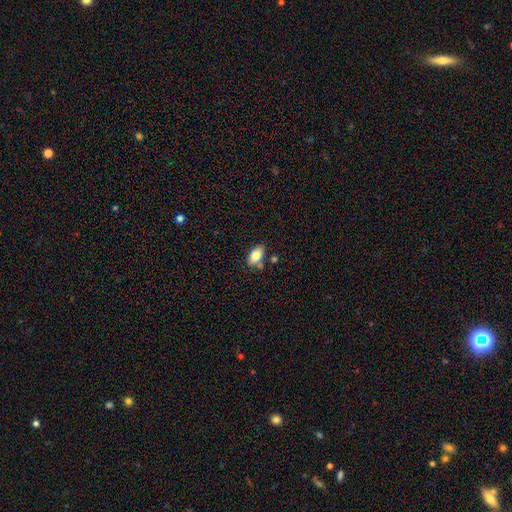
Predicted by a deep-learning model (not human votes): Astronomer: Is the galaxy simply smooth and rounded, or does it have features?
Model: smooth — 83%.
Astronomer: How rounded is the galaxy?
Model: in between — 92%.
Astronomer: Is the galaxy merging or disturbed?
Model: none — 74%.